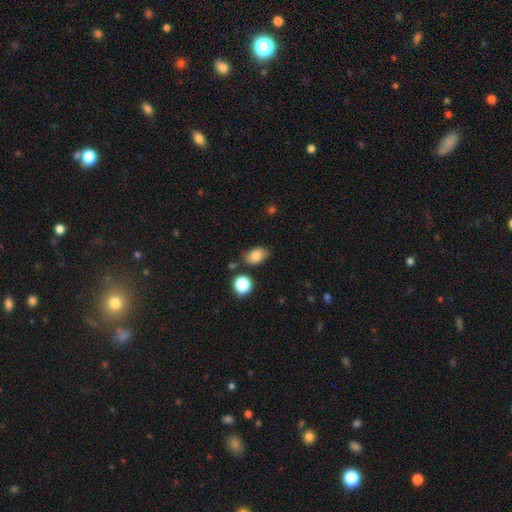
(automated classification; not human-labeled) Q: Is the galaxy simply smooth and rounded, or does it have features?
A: smooth — 81%.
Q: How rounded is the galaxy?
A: in between — 83%.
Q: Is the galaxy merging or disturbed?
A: none — 73%.